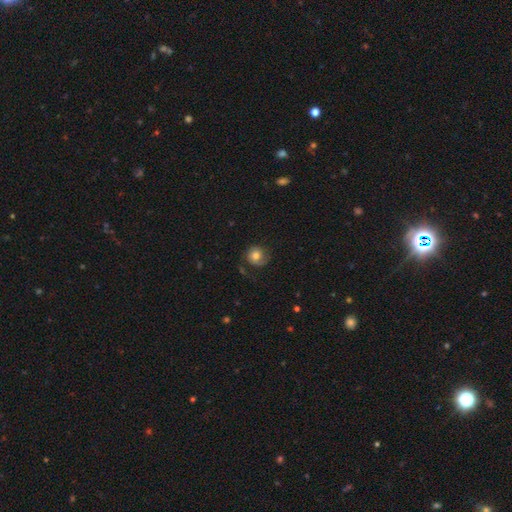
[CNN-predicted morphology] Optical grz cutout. It shows a smooth galaxy with no disk features (58%) that is round (84%). Merging: none (63%).